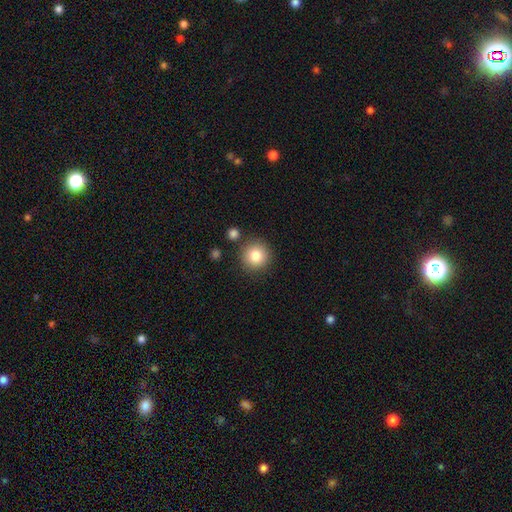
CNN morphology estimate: Smooth or featured? Predicted: smooth (p=0.82). How rounded? Predicted: round (p=0.94). Merging? Predicted: none (p=0.85).